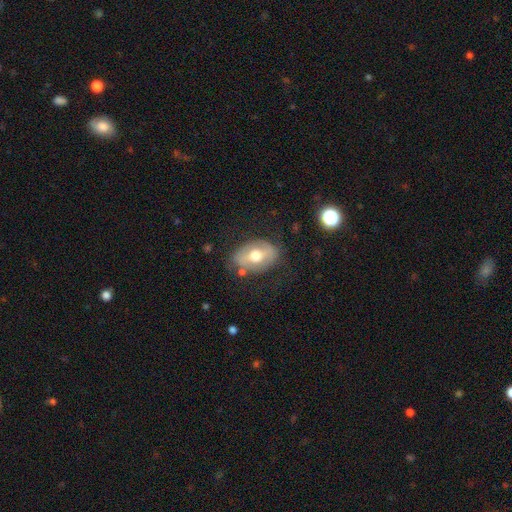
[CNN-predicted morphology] Smooth or featured? featured or disk (47%)
Merging? none (72%)